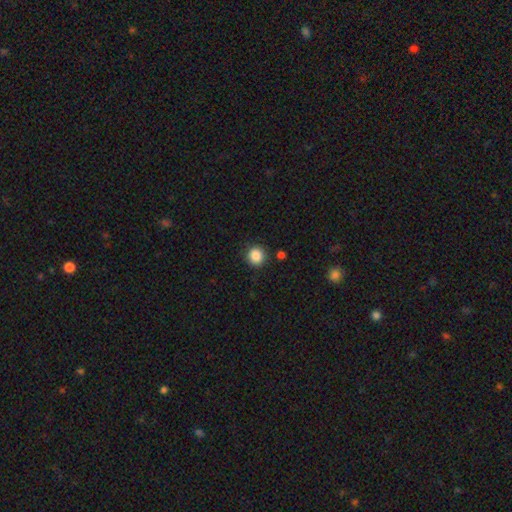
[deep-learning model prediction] This appears to be a smooth galaxy with no disk features (86%) that is round (92%). Merging: none (89%).